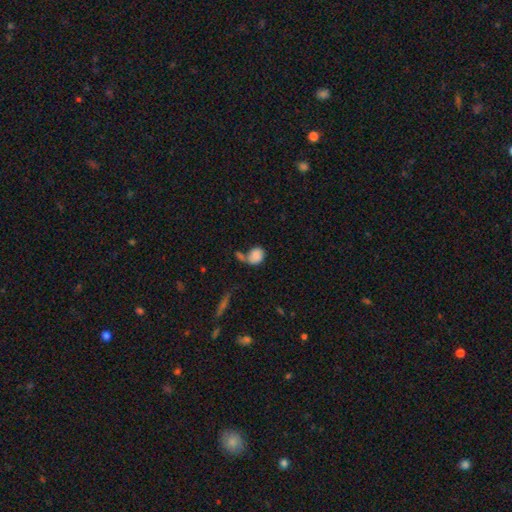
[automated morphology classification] Smooth or featured?
  - smooth: 82% *
  - featured or disk: 9%
  - star or artifact: 9%
How rounded?
  - round: 55% *
  - in between: 44%
  - cigar-shaped: 2%
Merging?
  - merger: 36% *
  - none: 35%
  - minor disturbance: 16%
  - major disturbance: 13%